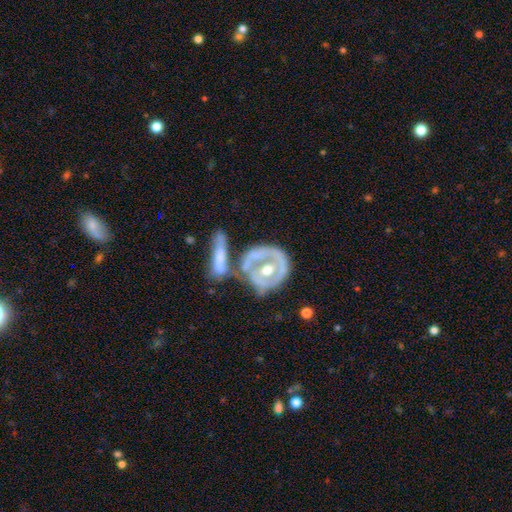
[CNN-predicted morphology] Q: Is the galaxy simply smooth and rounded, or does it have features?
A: featured or disk — 69%.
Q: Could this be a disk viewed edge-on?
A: no — 93%.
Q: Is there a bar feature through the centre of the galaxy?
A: no — 69%.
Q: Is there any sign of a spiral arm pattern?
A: no — 68%.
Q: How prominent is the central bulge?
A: moderate — 75%.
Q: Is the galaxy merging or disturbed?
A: merger — 36%.